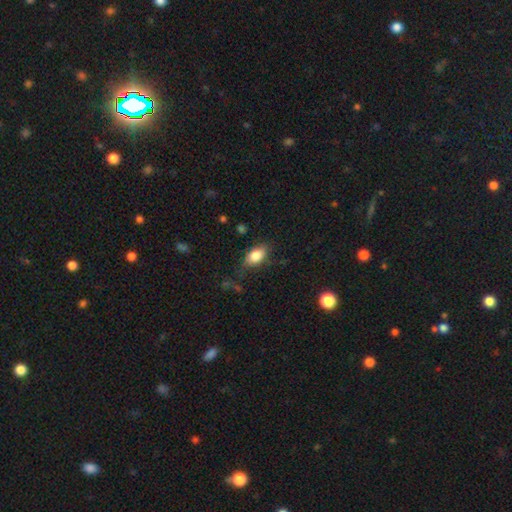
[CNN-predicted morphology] Smooth or featured?
  - smooth: 81% *
  - featured or disk: 11%
  - star or artifact: 8%
How rounded?
  - in between: 88% *
  - round: 8%
  - cigar-shaped: 4%
Merging?
  - none: 69% *
  - minor disturbance: 22%
  - major disturbance: 7%
  - merger: 2%